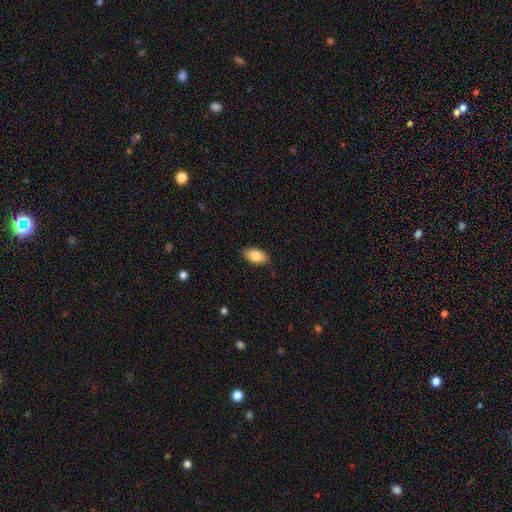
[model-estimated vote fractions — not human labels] The model was most divided on "smooth or featured": smooth: 82%, featured or disk: 11%, star or artifact: 7%. More confident: how rounded — in between (92%); merging — none (85%).